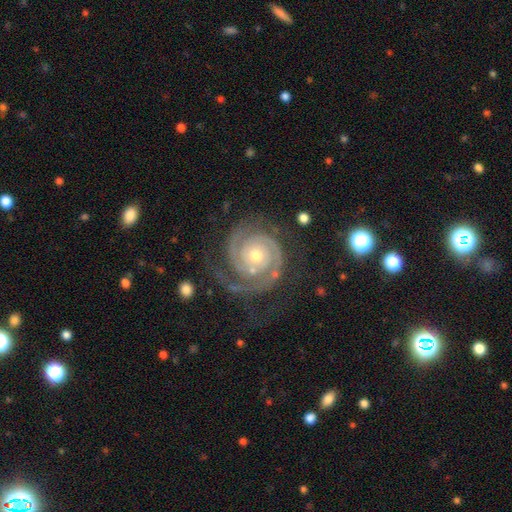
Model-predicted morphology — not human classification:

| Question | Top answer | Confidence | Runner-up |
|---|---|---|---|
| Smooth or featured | featured or disk | 92% | star or artifact (4%) |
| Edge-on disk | no | 98% | yes (2%) |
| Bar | no | 78% | weak (16%) |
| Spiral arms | yes | 99% | no (1%) |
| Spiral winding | tight | 79% | medium (18%) |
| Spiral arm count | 2 | 77% | 3 (10%) |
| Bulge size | moderate | 50% | small (46%) |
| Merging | none | 72% | minor disturbance (15%) |